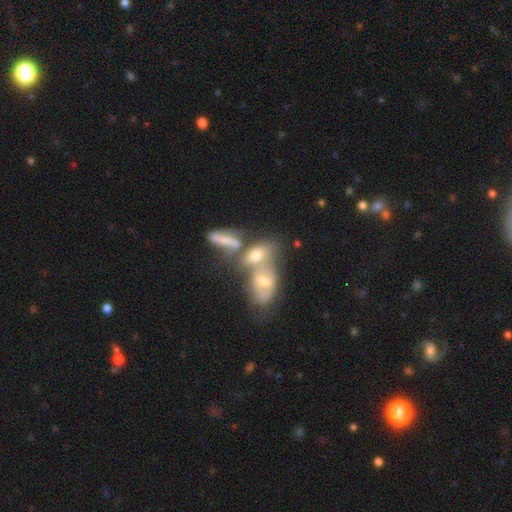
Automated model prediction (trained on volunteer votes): This is possibly a featured or disk galaxy (46%). Merging: likely merger (63%).